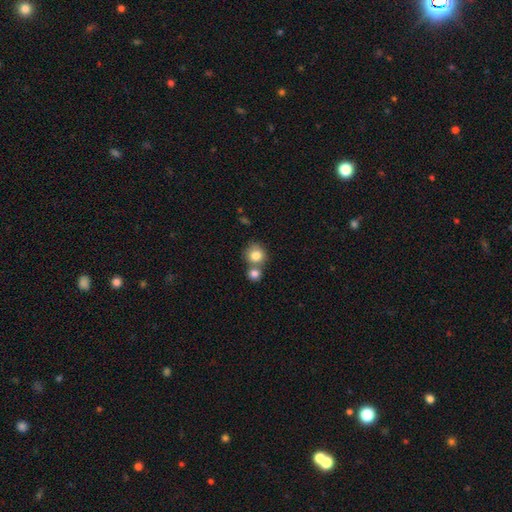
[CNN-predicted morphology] Smooth or featured? Predicted: smooth (p=0.82). How rounded? Predicted: round (p=0.85). Merging? Predicted: none (p=0.48).